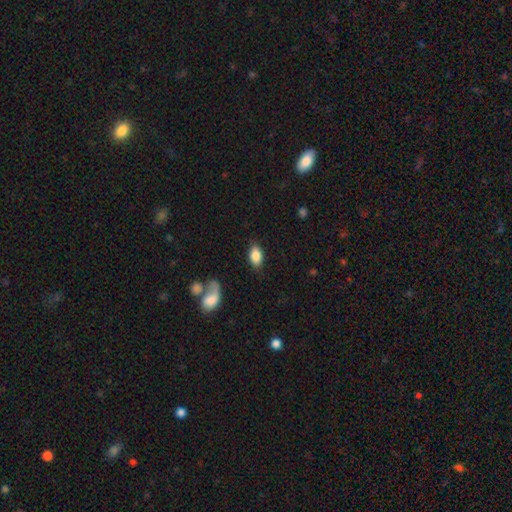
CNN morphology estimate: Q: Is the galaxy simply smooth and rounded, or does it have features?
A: smooth — 85%.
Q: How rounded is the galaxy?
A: in between — 92%.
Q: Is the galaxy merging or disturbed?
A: none — 80%.